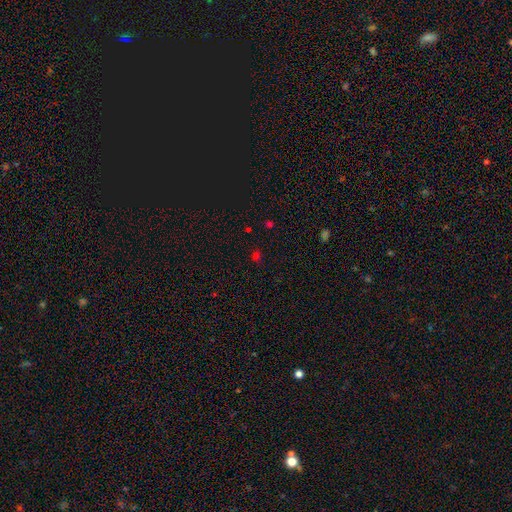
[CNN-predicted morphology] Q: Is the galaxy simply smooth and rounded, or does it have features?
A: smooth — 52%.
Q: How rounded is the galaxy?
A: round — 72%.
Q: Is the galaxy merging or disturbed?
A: none — 78%.